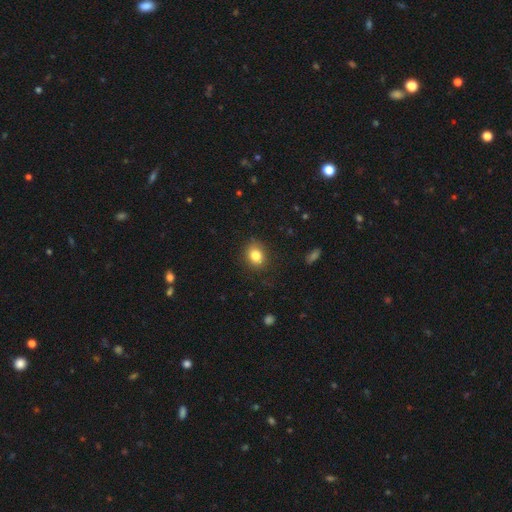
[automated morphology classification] The model was most divided on "how rounded": round: 55%, in between: 44%, cigar-shaped: 1%. More confident: merging — none (85%); smooth or featured — smooth (83%).